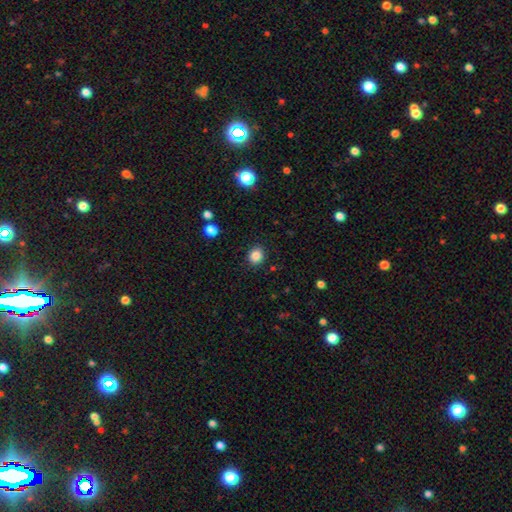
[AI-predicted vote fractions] smooth-or-featured: smooth: 86% | star or artifact: 11% | featured or disk: 4%
  how-rounded: round: 74% | in between: 25% | cigar-shaped: 1%
  merging: none: 89% | minor disturbance: 7% | major disturbance: 2% | merger: 1%